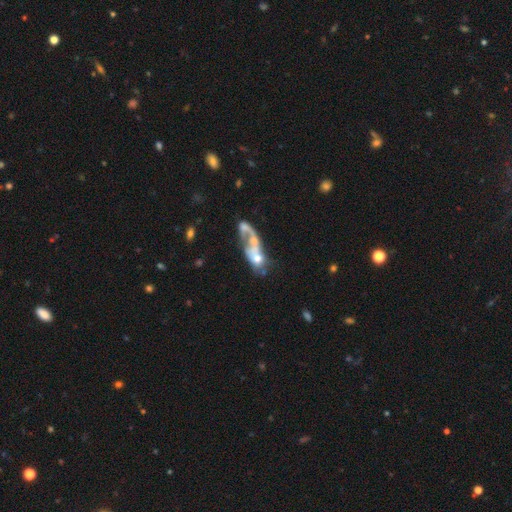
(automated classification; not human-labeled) featured or disk 53%, smooth 36%, star or artifact 11%. Down the decision tree: edge-on disk — no (93%); merging — merger (49%).